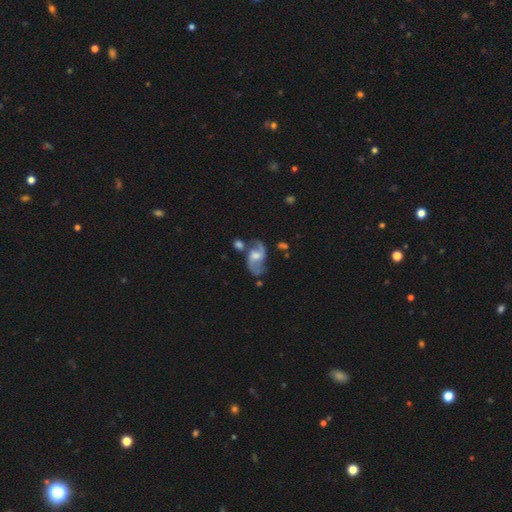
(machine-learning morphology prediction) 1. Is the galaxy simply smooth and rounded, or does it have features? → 84% featured or disk, 10% smooth, 6% star or artifact.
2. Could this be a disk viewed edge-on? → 97% no, 3% yes.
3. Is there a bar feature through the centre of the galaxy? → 46% weak, 42% no, 12% strong.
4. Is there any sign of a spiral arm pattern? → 95% yes, 5% no.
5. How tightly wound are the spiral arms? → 57% loose, 35% medium, 8% tight.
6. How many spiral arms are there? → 91% 2, 3% can't tell, 3% 1, 1% 3, 1% 4, 1% more than 4.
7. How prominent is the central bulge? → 52% moderate, 33% small, 7% large, 6% none, 1% dominant.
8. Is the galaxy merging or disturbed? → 54% none, 19% minor disturbance, 16% merger, 11% major disturbance.